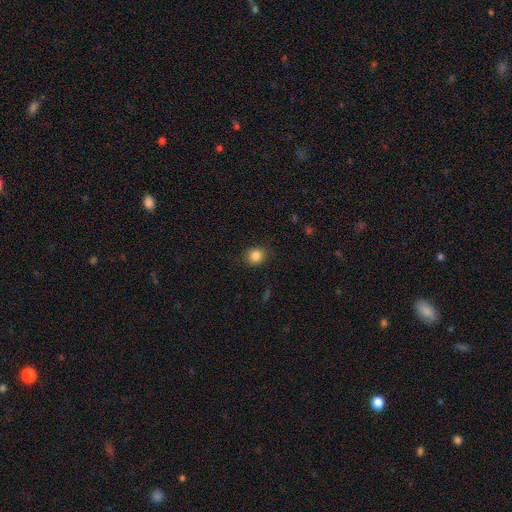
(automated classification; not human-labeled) This appears to be a smooth galaxy with no disk features (84%) that is round (77%). Merging: none (87%).